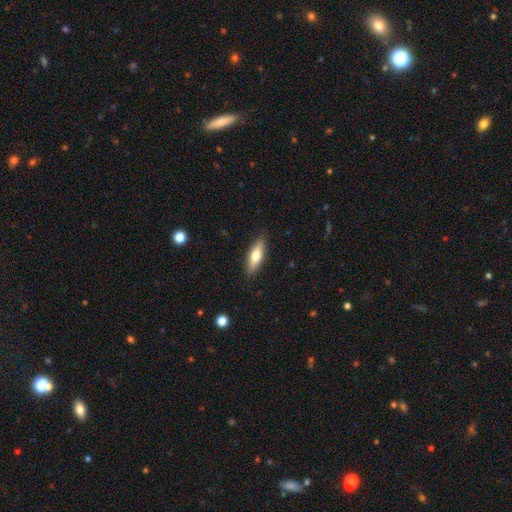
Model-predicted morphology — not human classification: smooth-or-featured: smooth: 59% | featured or disk: 35% | star or artifact: 6%
  how-rounded: cigar-shaped: 51% | in between: 46% | round: 2%
  merging: none: 88% | minor disturbance: 9% | major disturbance: 2% | merger: 1%